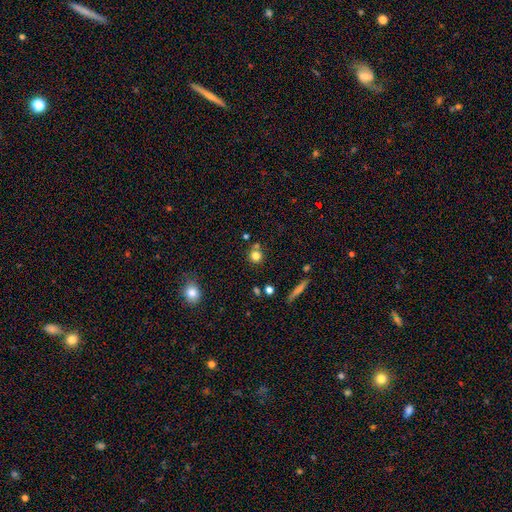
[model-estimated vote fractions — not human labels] Overall: smooth (77%). How rounded: round (91%). Merging: none (71%).